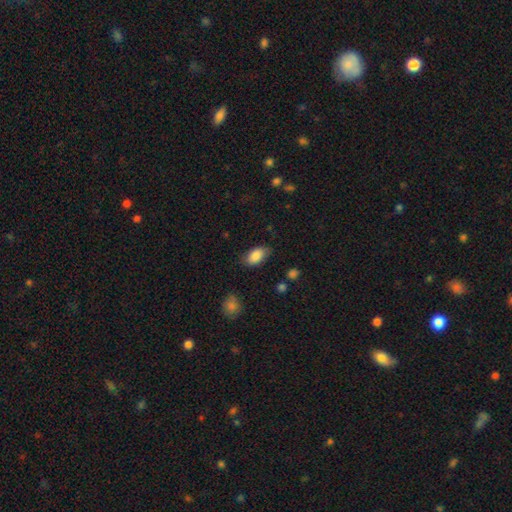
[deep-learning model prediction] Smooth or featured? smooth (87%)
How rounded? in between (93%)
Merging? none (76%)